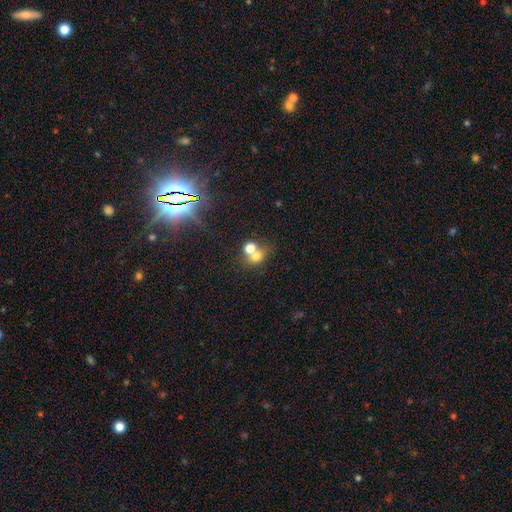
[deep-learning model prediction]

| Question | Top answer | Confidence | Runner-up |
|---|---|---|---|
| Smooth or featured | smooth | 70% | featured or disk (16%) |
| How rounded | round | 67% | in between (32%) |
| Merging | merger | 56% | none (33%) |